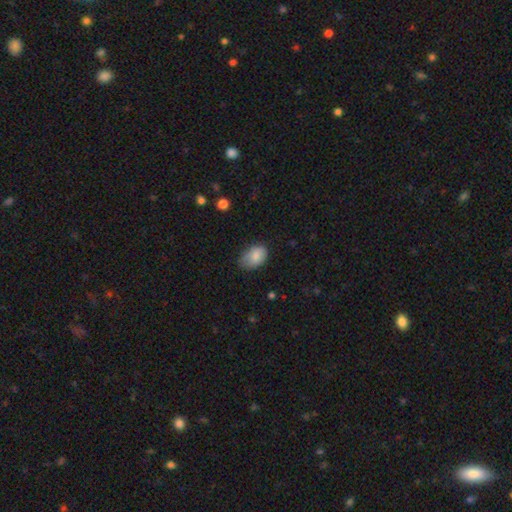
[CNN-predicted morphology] The model was most divided on "merging": none: 60%, minor disturbance: 32%, major disturbance: 7%, merger: 1%. More confident: how rounded — in between (86%); smooth or featured — smooth (82%).